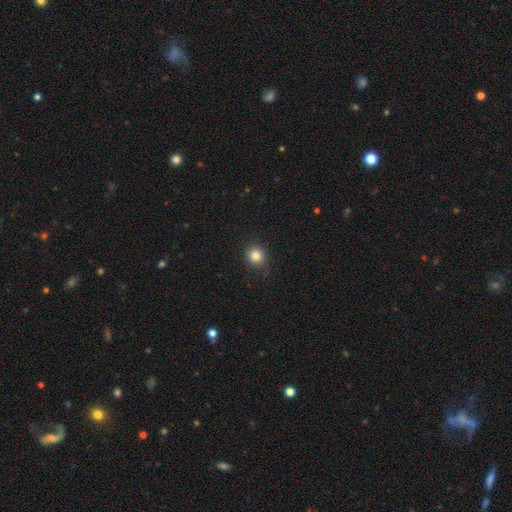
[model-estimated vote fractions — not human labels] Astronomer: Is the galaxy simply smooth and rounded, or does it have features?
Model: smooth — 82%.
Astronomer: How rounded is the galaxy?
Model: round — 83%.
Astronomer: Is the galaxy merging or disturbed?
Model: none — 85%.